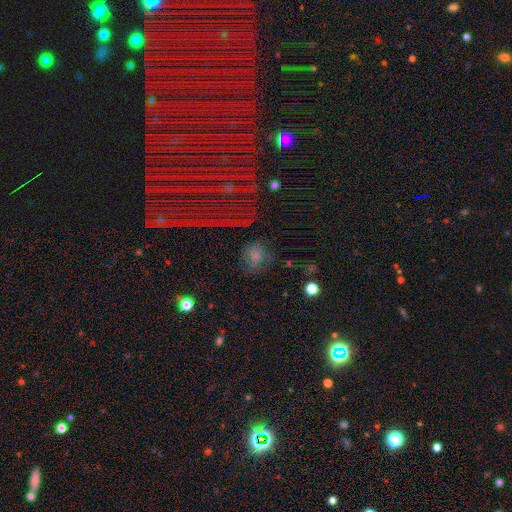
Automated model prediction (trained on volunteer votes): A featured or disk galaxy (43%). Merging: none (61%).